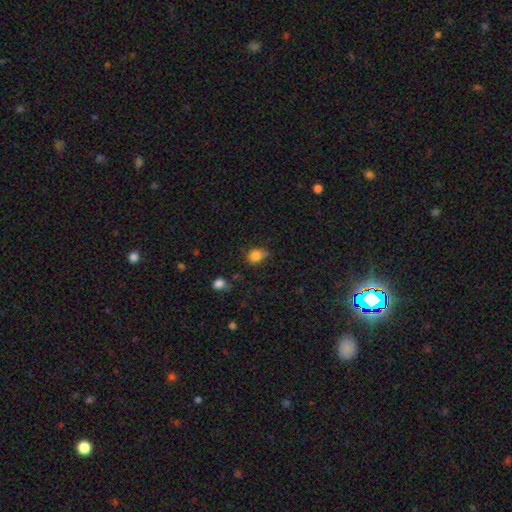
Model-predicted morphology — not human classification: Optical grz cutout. It shows a smooth galaxy with no disk features (83%) that is in between round and cigar-shaped (51%). Merging: none (55%).